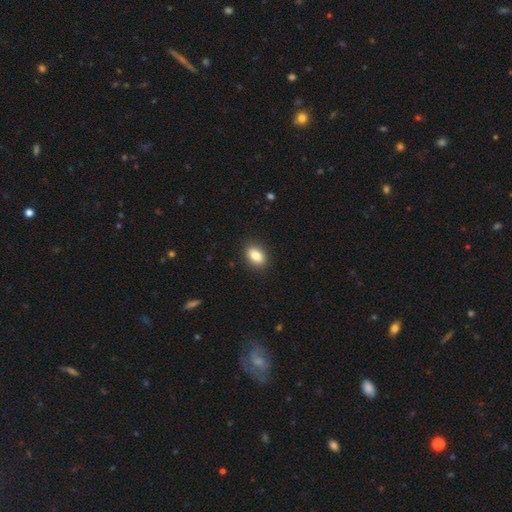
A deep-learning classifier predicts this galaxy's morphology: Q: Smooth or featured?
A: smooth (83%); runner-up: featured or disk (8%)
Q: How rounded?
A: in between (83%); runner-up: round (15%)
Q: Merging?
A: none (90%); runner-up: minor disturbance (7%)